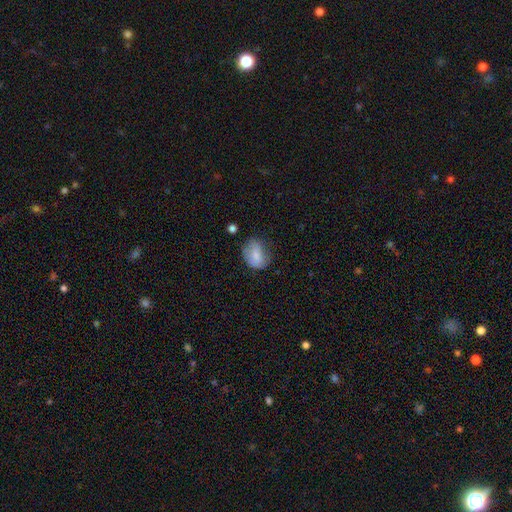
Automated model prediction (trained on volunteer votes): Smooth or featured: smooth — 75% (featured or disk — 17%)
How rounded: in between — 65% (round — 34%)
Merging: none — 54% (minor disturbance — 32%)